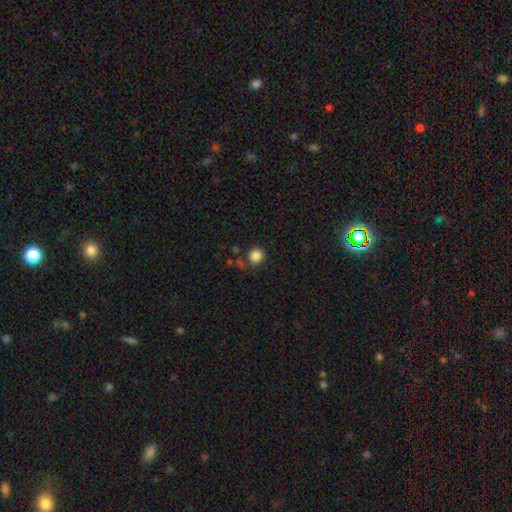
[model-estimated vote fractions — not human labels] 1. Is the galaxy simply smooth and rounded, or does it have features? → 86% smooth, 11% star or artifact, 4% featured or disk.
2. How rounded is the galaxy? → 91% round, 8% in between, 1% cigar-shaped.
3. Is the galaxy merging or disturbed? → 79% none, 10% minor disturbance, 7% merger, 4% major disturbance.